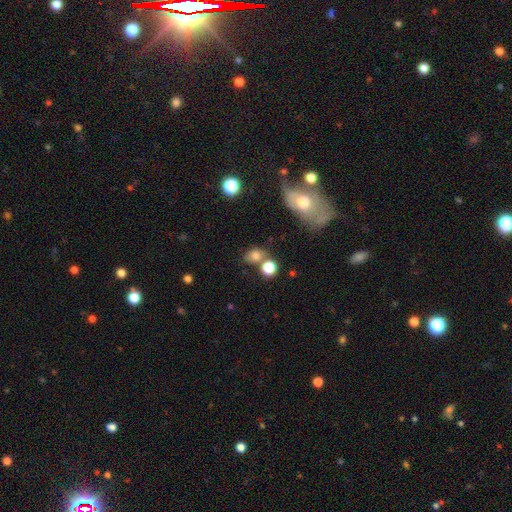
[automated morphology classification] Overall: smooth (76%). How rounded: in between (49%, tied with round). Merging: none (54%; merger 25%).